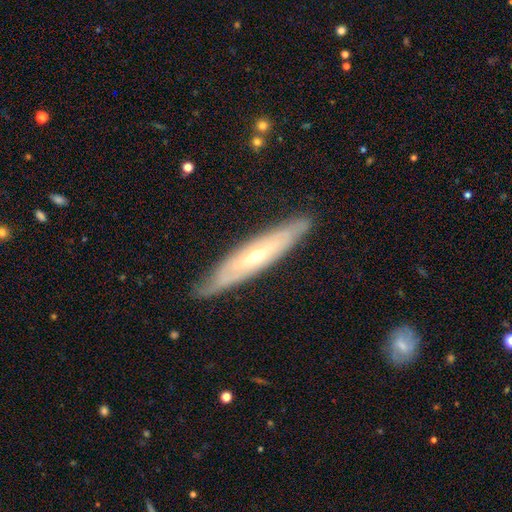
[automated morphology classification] Smooth or featured: featured or disk — 72% (smooth — 23%)
Edge-on disk: yes — 54% (no — 46%)
Merging: none — 82% (minor disturbance — 14%)